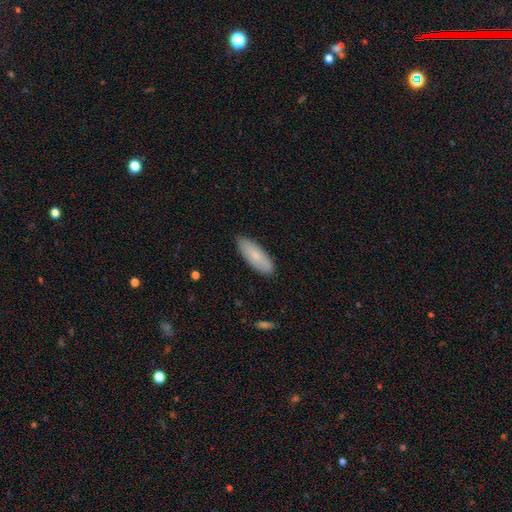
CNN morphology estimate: This appears to be a smooth galaxy with no disk features (76%) that is in between round and cigar-shaped (66%). Merging: none (86%).